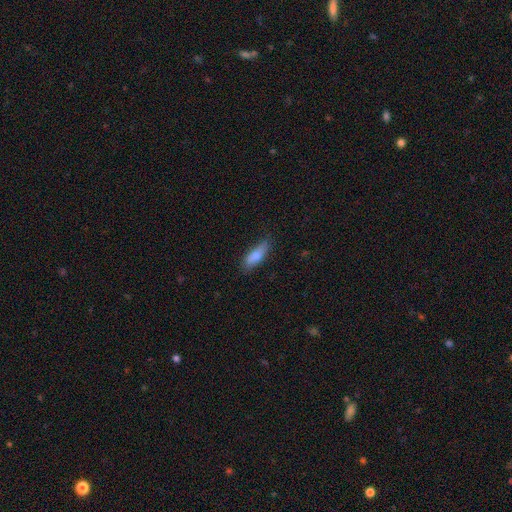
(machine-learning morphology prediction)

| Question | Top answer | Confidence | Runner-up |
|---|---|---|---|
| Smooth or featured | smooth | 70% | featured or disk (23%) |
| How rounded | cigar-shaped | 50% | in between (48%) |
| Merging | none | 78% | minor disturbance (17%) |